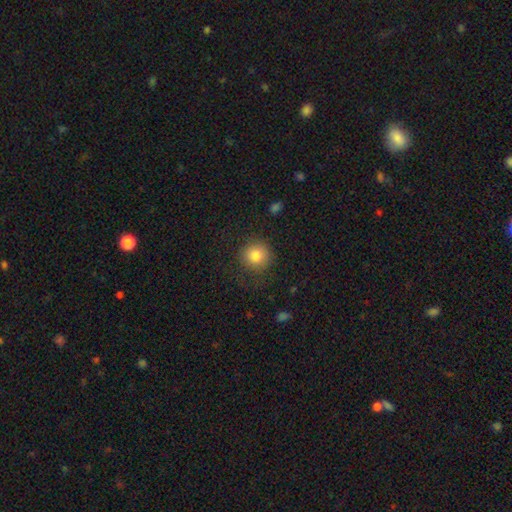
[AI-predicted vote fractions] Morphology: type=smooth (82%); roundness=round (92%); merging=none (84%).